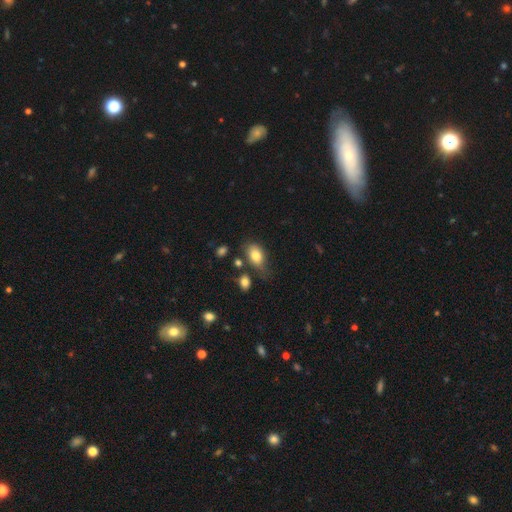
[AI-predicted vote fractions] smooth-or-featured: smooth: 80% | featured or disk: 12% | star or artifact: 8%
  how-rounded: in between: 85% | round: 12% | cigar-shaped: 3%
  merging: none: 48% | minor disturbance: 30% | major disturbance: 13% | merger: 9%